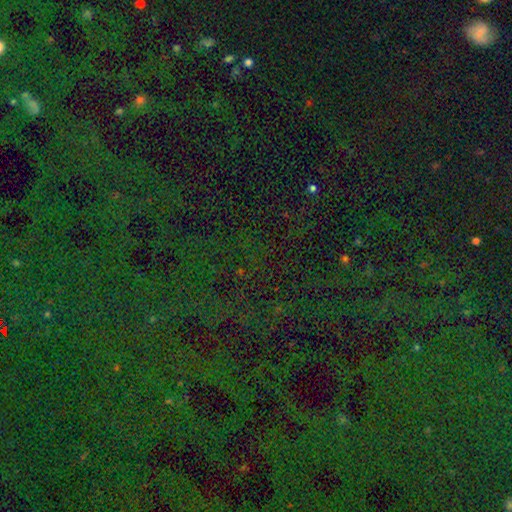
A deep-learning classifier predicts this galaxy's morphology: Overall: star or artifact (83%).